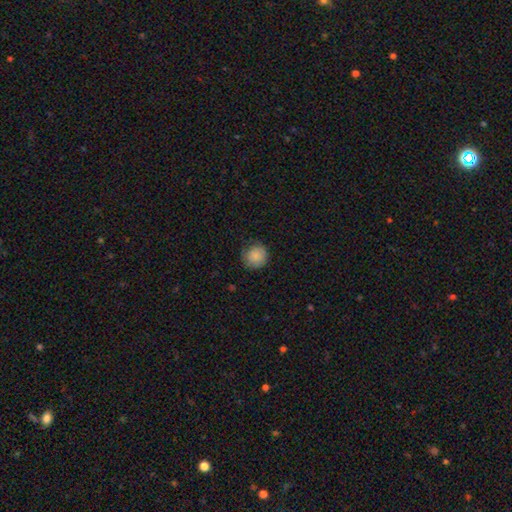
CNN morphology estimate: Smooth or featured: smooth — 85% (featured or disk — 8%)
How rounded: round — 91% (in between — 8%)
Merging: none — 73% (minor disturbance — 21%)